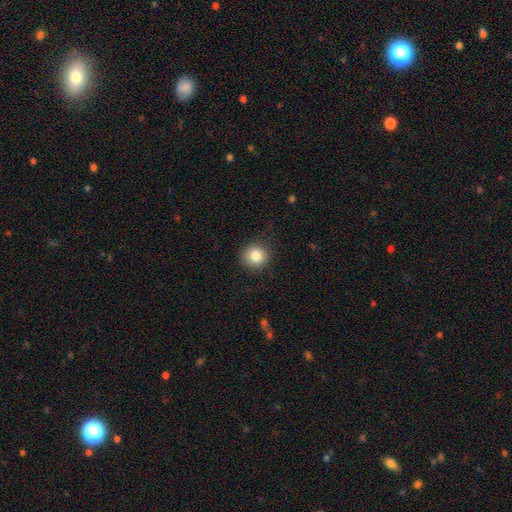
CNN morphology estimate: smooth-or-featured: smooth: 83% | star or artifact: 10% | featured or disk: 7%
  how-rounded: round: 92% | in between: 7% | cigar-shaped: 1%
  merging: none: 88% | minor disturbance: 9% | major disturbance: 3% | merger: 1%